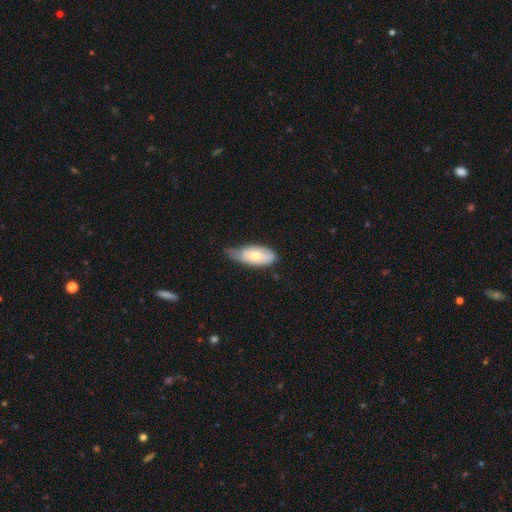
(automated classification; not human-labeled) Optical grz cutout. It shows a smooth galaxy with no disk features (62%) that is in between round and cigar-shaped (88%). Merging: minor disturbance (49%).